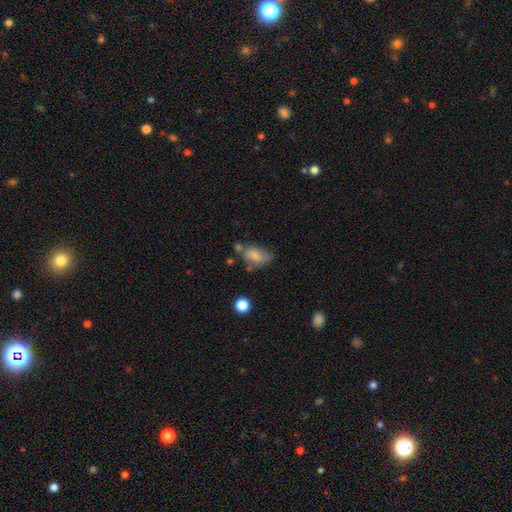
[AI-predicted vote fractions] smooth-or-featured: smooth: 70% | featured or disk: 20% | star or artifact: 9%
  how-rounded: in between: 83% | round: 15% | cigar-shaped: 2%
  merging: none: 42% | minor disturbance: 29% | merger: 15% | major disturbance: 14%